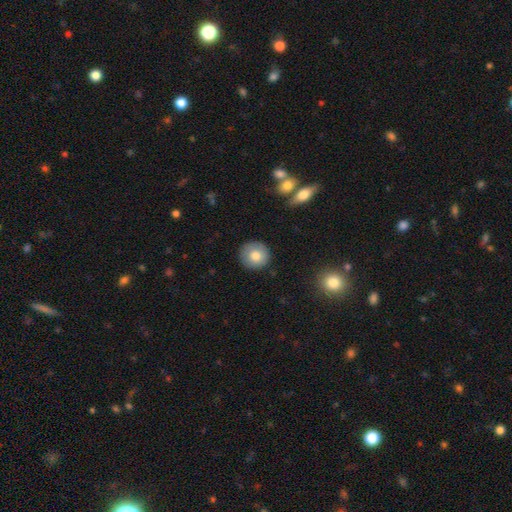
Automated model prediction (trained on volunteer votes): Q: Smooth or featured?
A: smooth (80%); runner-up: featured or disk (12%)
Q: How rounded?
A: round (93%); runner-up: in between (7%)
Q: Merging?
A: none (88%); runner-up: minor disturbance (9%)